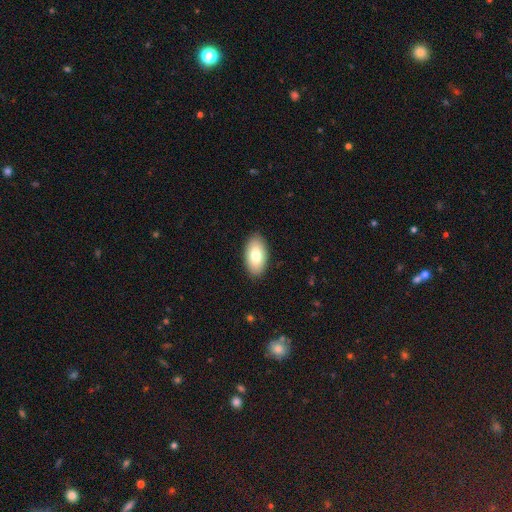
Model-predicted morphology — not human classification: This appears to be a smooth galaxy with no disk features (78%) that is in between round and cigar-shaped (95%). Merging: none (89%).